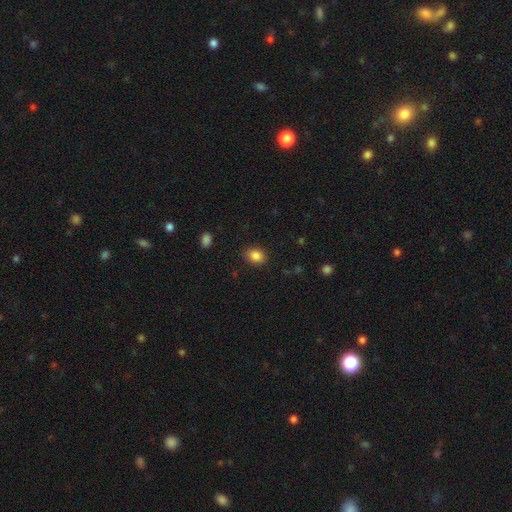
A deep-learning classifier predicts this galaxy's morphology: A smooth galaxy with no disk features (86%) that is in between round and cigar-shaped (62%).

Vote fractions:
- Smooth or featured? smooth: 86% / star or artifact: 9% / featured or disk: 5%
- How rounded? in between: 62% / round: 37% / cigar-shaped: 1%
- Merging? none: 87% / minor disturbance: 9% / major disturbance: 3% / merger: 1%